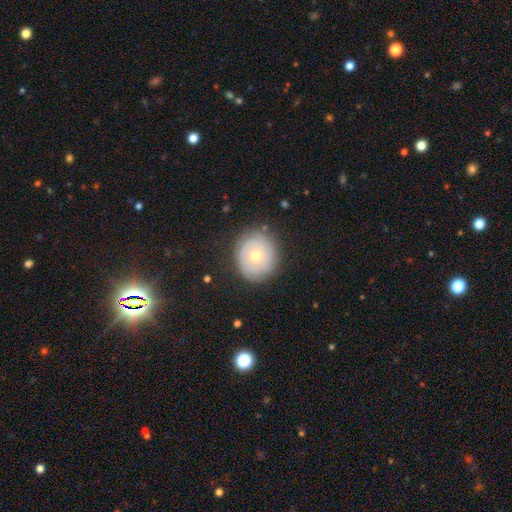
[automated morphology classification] Smooth or featured? featured or disk (53%)
Edge-on disk? no (96%)
Bar? no (87%)
Spiral arms? yes (63%)
Bulge size? moderate (50%)
Merging? none (81%)